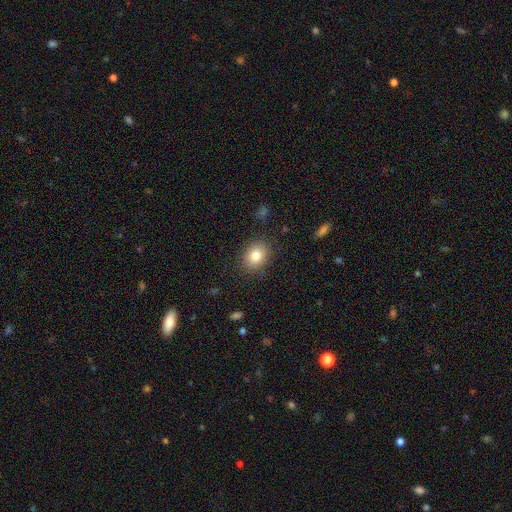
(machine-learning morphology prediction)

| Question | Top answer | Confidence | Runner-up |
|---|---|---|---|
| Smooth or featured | smooth | 82% | star or artifact (9%) |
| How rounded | in between | 54% | round (45%) |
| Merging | none | 85% | minor disturbance (11%) |